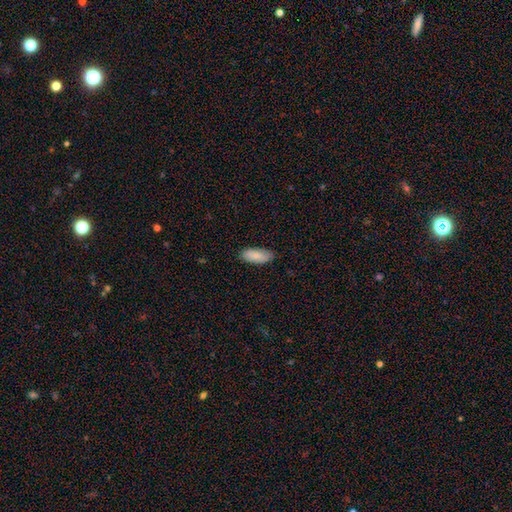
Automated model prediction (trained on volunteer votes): Morphology: type=smooth (85%); roundness=in between (84%); merging=none (83%).